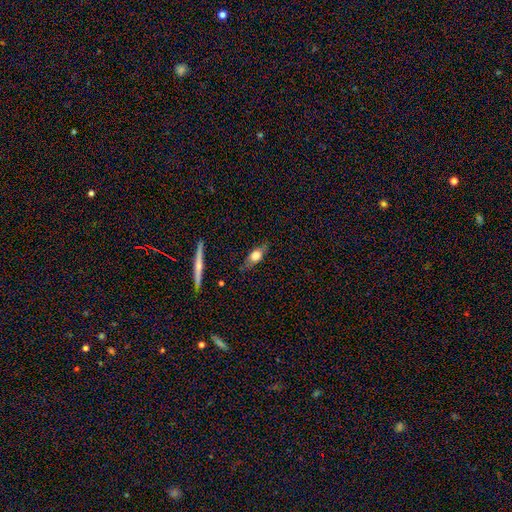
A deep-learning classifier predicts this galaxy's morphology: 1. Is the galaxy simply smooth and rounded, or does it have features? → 59% smooth, 34% featured or disk, 7% star or artifact.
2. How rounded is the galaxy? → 63% in between, 28% cigar-shaped, 9% round.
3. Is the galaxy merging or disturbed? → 77% none, 17% minor disturbance, 4% major disturbance, 2% merger.